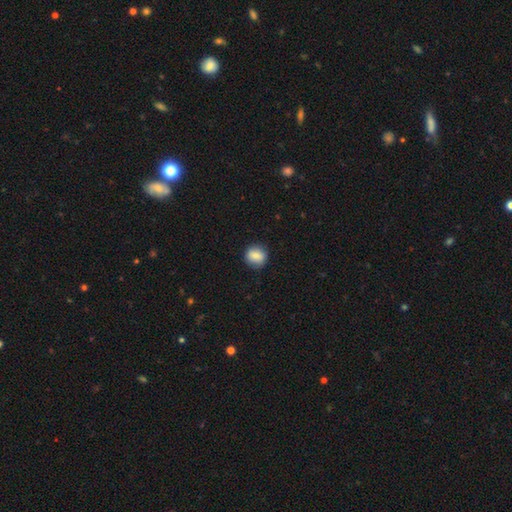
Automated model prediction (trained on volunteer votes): smooth 82%, featured or disk 10%, star or artifact 8%. Down the decision tree: how rounded — round (86%); merging — none (87%).